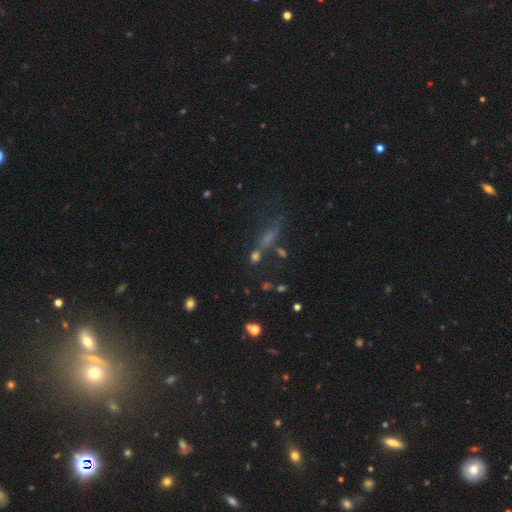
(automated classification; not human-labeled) smooth_or_featured: smooth (p=0.44) [alt: star or artifact p=0.32]
merging: none (p=0.52) [alt: merger p=0.18]